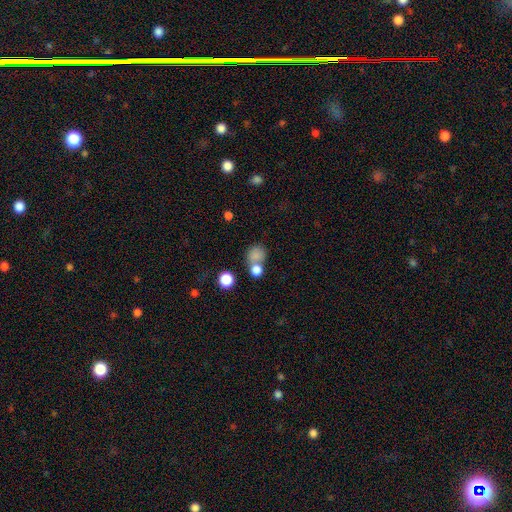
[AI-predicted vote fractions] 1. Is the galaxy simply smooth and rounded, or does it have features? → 80% smooth, 13% star or artifact, 8% featured or disk.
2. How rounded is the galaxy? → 75% round, 24% in between, 1% cigar-shaped.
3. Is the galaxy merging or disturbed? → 46% none, 39% merger, 10% minor disturbance, 5% major disturbance.